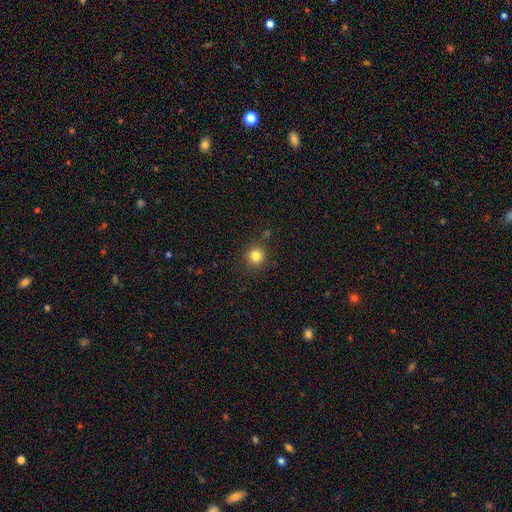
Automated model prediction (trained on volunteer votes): Smooth or featured: smooth — 82% (star or artifact — 13%)
How rounded: round — 93% (in between — 6%)
Merging: none — 87% (minor disturbance — 8%)